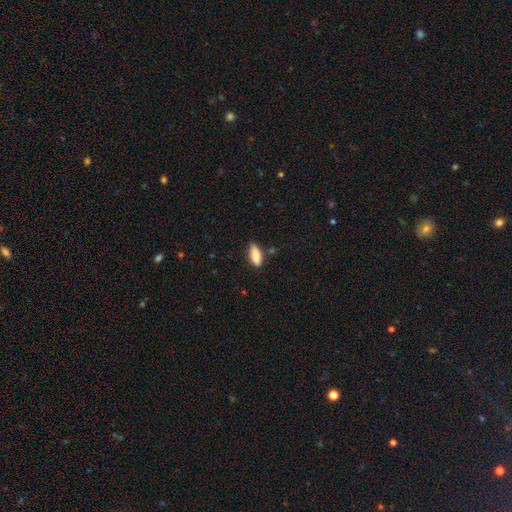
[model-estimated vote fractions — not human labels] smooth_or_featured: smooth (p=0.83) [alt: featured or disk p=0.10]
how_rounded: in between (p=0.74) [alt: cigar-shaped p=0.24]
merging: none (p=0.76) [alt: minor disturbance p=0.18]